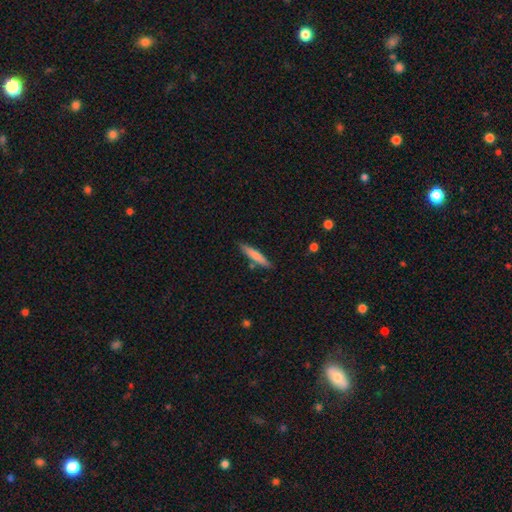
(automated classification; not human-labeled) The model was most divided on "smooth or featured": smooth: 72%, featured or disk: 23%, star or artifact: 6%. More confident: how rounded — cigar-shaped (91%); merging — none (84%).